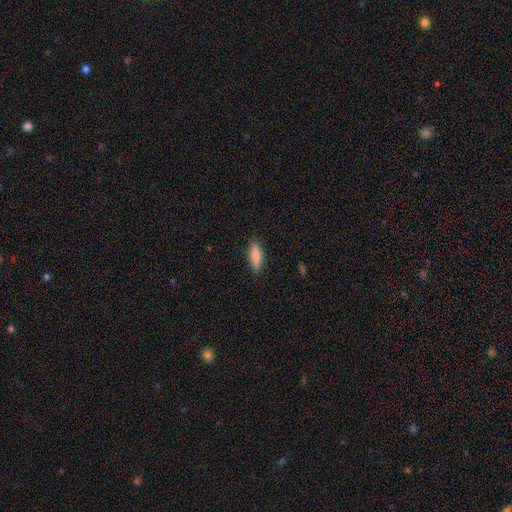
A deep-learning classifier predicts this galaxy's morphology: Smooth or featured? smooth (85%)
How rounded? cigar-shaped (52%)
Merging? none (88%)